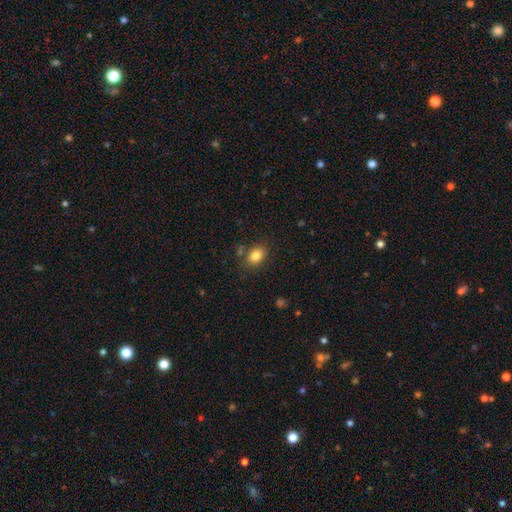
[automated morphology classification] smooth_or_featured: smooth (p=0.83) [alt: star or artifact p=0.10]
how_rounded: in between (p=0.71) [alt: round p=0.27]
merging: none (p=0.77) [alt: minor disturbance p=0.13]